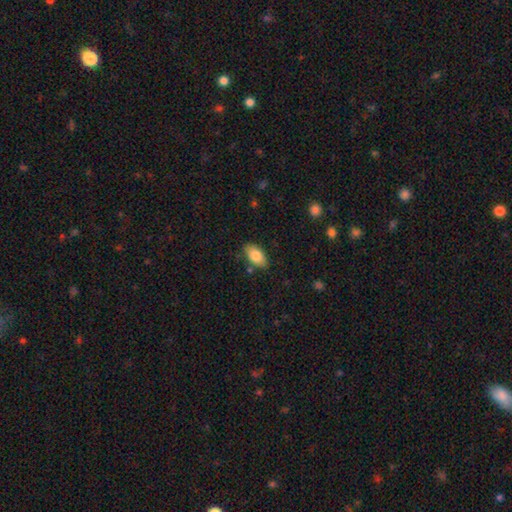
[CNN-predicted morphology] Smooth or featured? Predicted: smooth (p=0.81). How rounded? Predicted: in between (p=0.92). Merging? Predicted: none (p=0.82).